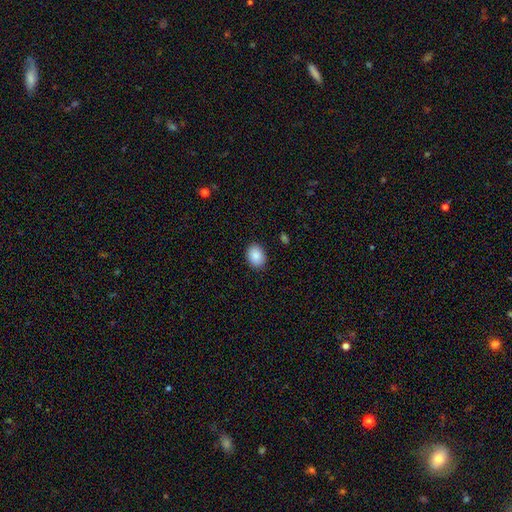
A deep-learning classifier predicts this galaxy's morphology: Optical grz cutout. It shows a smooth galaxy with no disk features (89%) that is in between round and cigar-shaped (68%). Merging: none (88%).